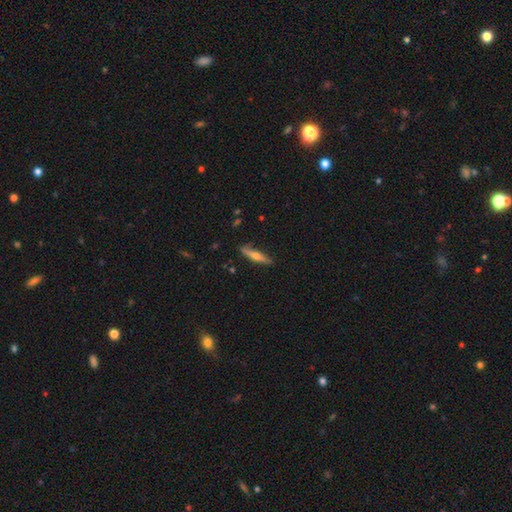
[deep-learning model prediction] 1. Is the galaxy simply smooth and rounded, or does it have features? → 48% smooth, 46% featured or disk, 6% star or artifact.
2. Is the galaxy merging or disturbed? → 82% none, 14% minor disturbance, 2% major disturbance, 2% merger.